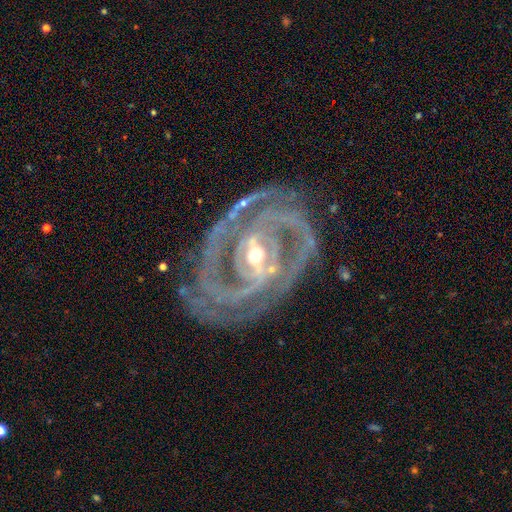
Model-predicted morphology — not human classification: This appears to be a featured or disk galaxy (93%) with a strong bar (49%), 2 (54%) tight (61%) spiral arms (97%) and a moderate central bulge (54%). Merging: none (72%).